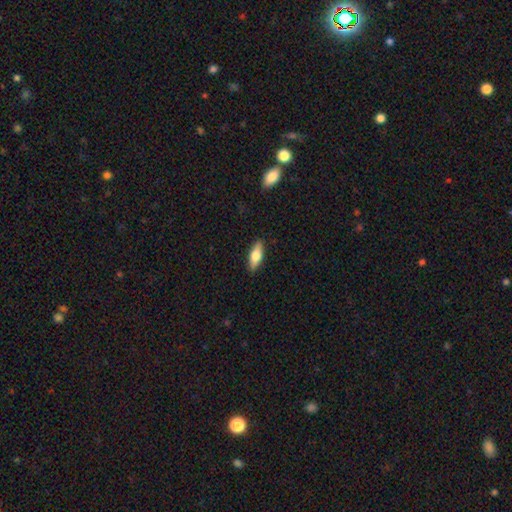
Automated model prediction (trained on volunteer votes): smooth-or-featured: smooth: 66% | featured or disk: 28% | star or artifact: 6%
  how-rounded: in between: 65% | cigar-shaped: 32% | round: 3%
  merging: none: 89% | minor disturbance: 8% | major disturbance: 2% | merger: 1%